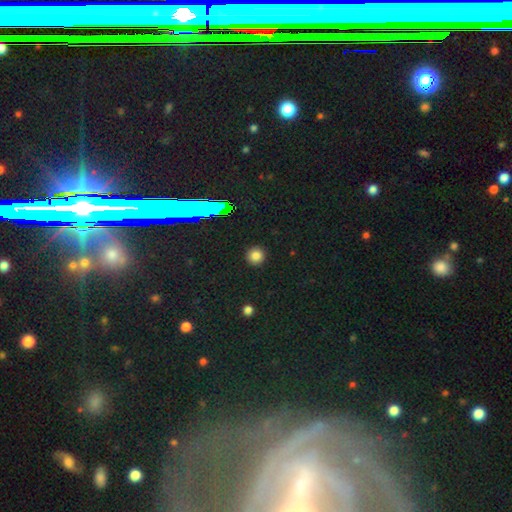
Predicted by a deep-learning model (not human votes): Q: Smooth or featured?
A: smooth (80%); runner-up: star or artifact (15%)
Q: How rounded?
A: round (93%); runner-up: in between (5%)
Q: Merging?
A: none (92%); runner-up: minor disturbance (5%)